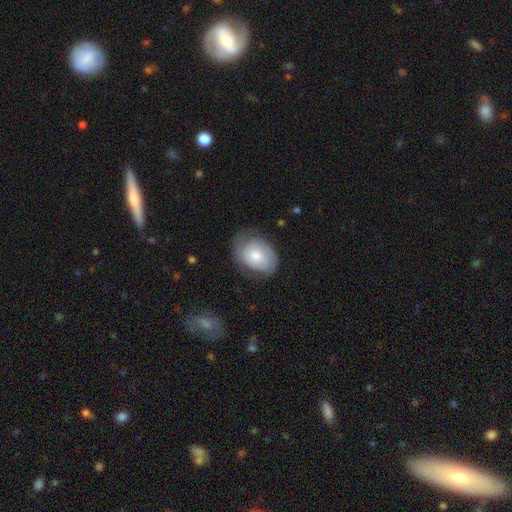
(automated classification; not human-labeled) Smooth or featured: featured or disk — 57% (smooth — 37%)
Edge-on disk: no — 97% (yes — 3%)
Bar: no — 75% (weak — 21%)
Spiral arms: yes — 86% (no — 14%)
Bulge size: moderate — 51% (small — 34%)
Merging: none — 67% (minor disturbance — 23%)